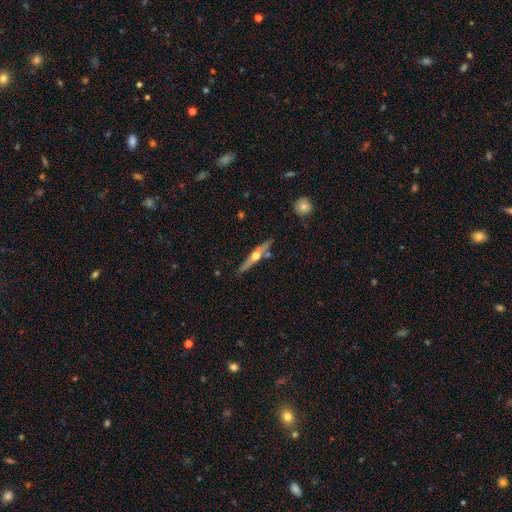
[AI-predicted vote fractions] Q: Smooth or featured?
A: featured or disk (67%); runner-up: smooth (28%)
Q: Edge-on disk?
A: yes (95%); runner-up: no (5%)
Q: Edge-on bulge?
A: rounded (93%); runner-up: none (4%)
Q: Merging?
A: none (77%); runner-up: minor disturbance (13%)